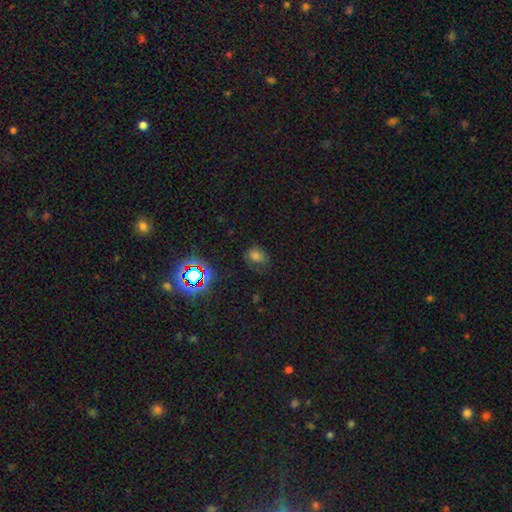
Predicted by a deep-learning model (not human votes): Smooth or featured?
  - smooth: 63% *
  - star or artifact: 27%
  - featured or disk: 10%
How rounded?
  - in between: 66% *
  - round: 32%
  - cigar-shaped: 1%
Merging?
  - none: 63% *
  - minor disturbance: 24%
  - major disturbance: 11%
  - merger: 2%